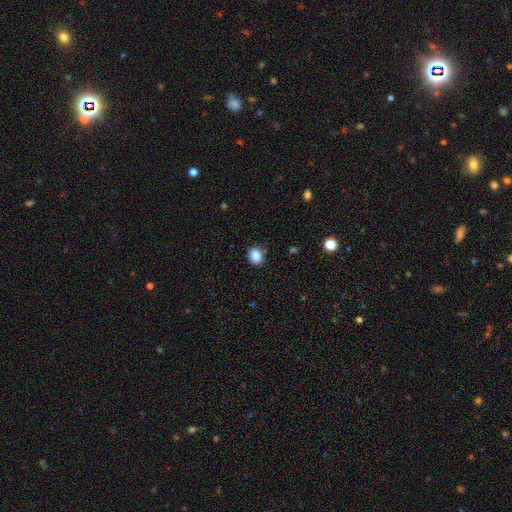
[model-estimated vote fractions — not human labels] The model was most divided on "how rounded": round: 63%, in between: 36%, cigar-shaped: 1%. More confident: merging — none (87%); smooth or featured — smooth (86%).